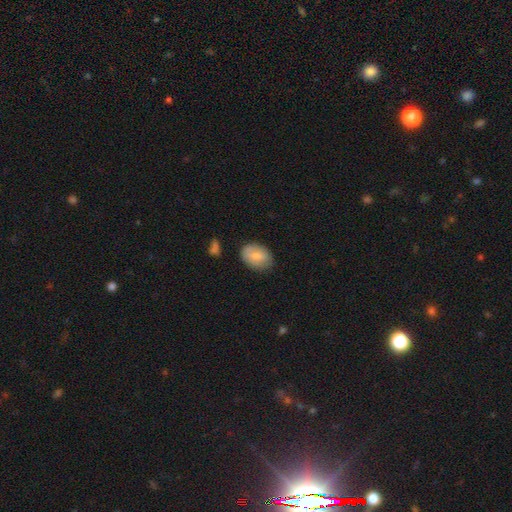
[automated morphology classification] Smooth or featured? smooth (76%)
How rounded? in between (77%)
Merging? none (75%)